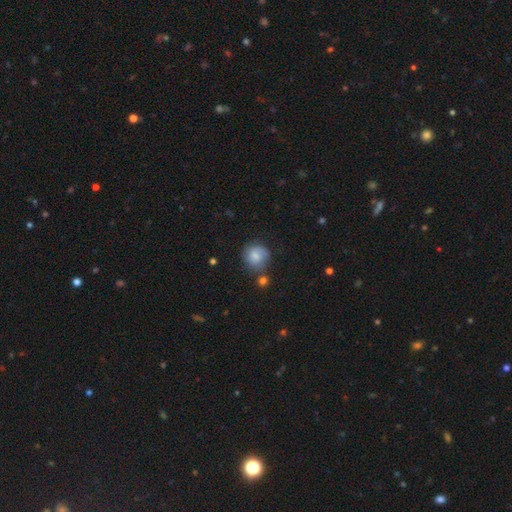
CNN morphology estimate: This is likely a smooth galaxy (76%). How rounded: clearly round (87%). Merging: likely none (64%).